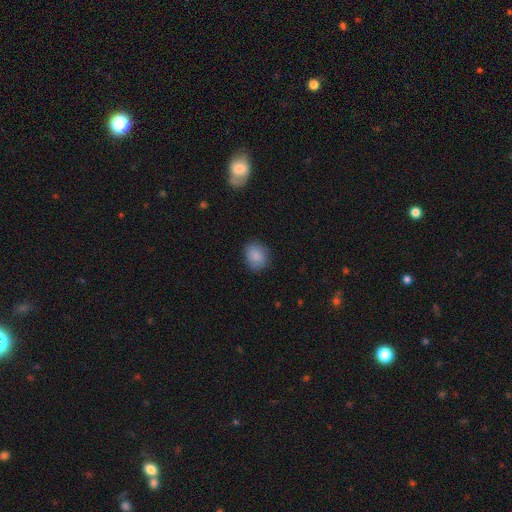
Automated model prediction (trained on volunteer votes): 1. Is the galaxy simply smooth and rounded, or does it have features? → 86% smooth, 8% star or artifact, 6% featured or disk.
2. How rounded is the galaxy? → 61% round, 38% in between, 1% cigar-shaped.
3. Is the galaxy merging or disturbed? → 81% none, 14% minor disturbance, 3% major disturbance, 1% merger.